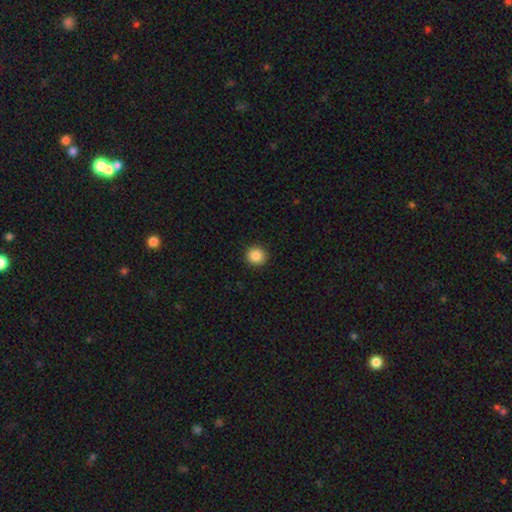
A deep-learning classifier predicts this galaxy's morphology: This is clearly a smooth galaxy (87%). How rounded: clearly round (92%). Merging: clearly none (92%).